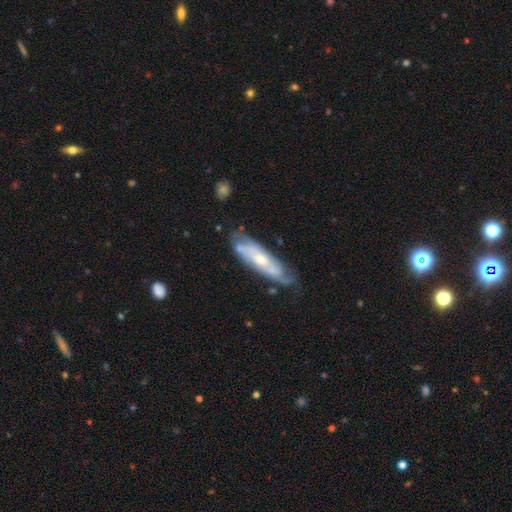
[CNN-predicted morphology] A featured or disk galaxy (67%).

Vote fractions:
- Smooth or featured? featured or disk: 67% / smooth: 25% / star or artifact: 8%
- Edge-on disk? no: 65% / yes: 35%
- Merging? none: 71% / minor disturbance: 21% / major disturbance: 6% / merger: 2%